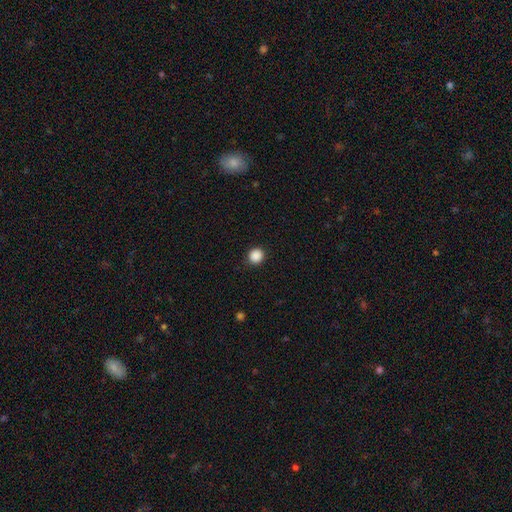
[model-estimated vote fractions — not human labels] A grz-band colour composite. It shows a smooth galaxy with no disk features (88%) that is round (90%). Merging: none (91%).